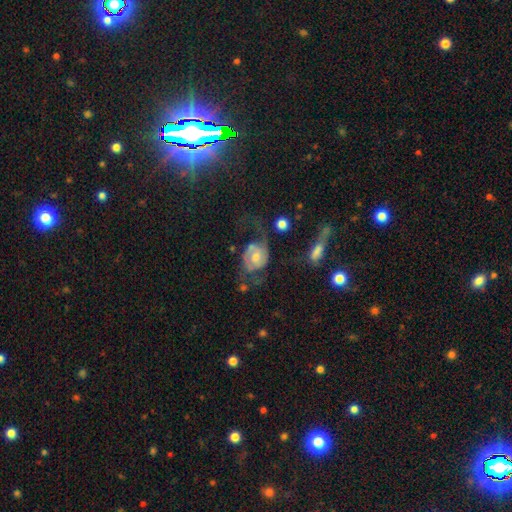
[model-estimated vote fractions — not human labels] This is likely a featured or disk galaxy (76%). It is clearly not viewed edge-on (97%). Bar: likely no (67%). Spiral arm pattern: clearly yes (88%). Spiral arm count: clearly 2 (80%). Spiral winding: marginally loose (41%). Central bulge: likely moderate (62%). Merging: marginally none (37%).